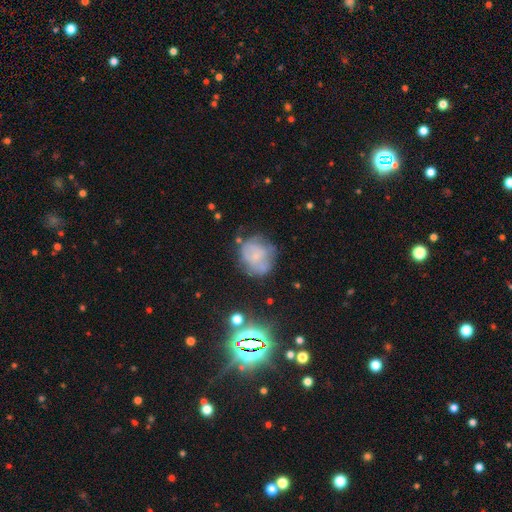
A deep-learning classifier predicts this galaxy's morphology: A featured or disk galaxy (46%).

Vote fractions:
- Smooth or featured? featured or disk: 46% / smooth: 40% / star or artifact: 15%
- Merging? none: 51% / minor disturbance: 26% / major disturbance: 17% / merger: 7%